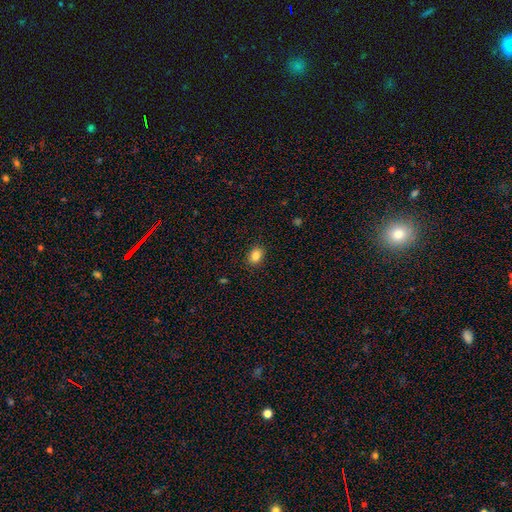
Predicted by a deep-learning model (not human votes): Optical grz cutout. It shows a smooth galaxy with no disk features (85%) that is in between round and cigar-shaped (68%). Merging: none (88%).